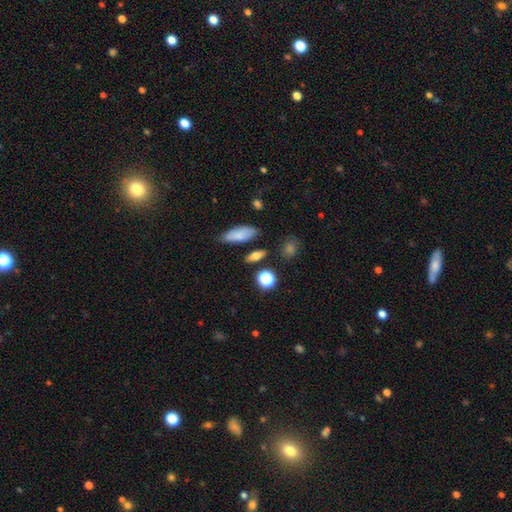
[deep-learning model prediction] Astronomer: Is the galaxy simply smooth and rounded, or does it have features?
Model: smooth — 75%.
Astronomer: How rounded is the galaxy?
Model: in between — 57%.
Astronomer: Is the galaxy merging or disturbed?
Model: none — 79%.